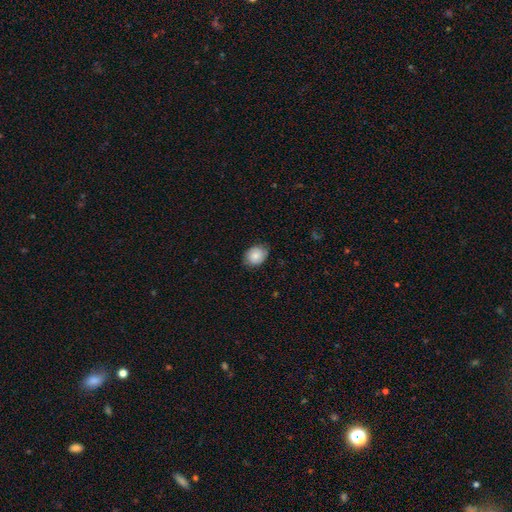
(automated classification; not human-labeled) Morphology: type=smooth (78%); roundness=round (52%); merging=none (77%).